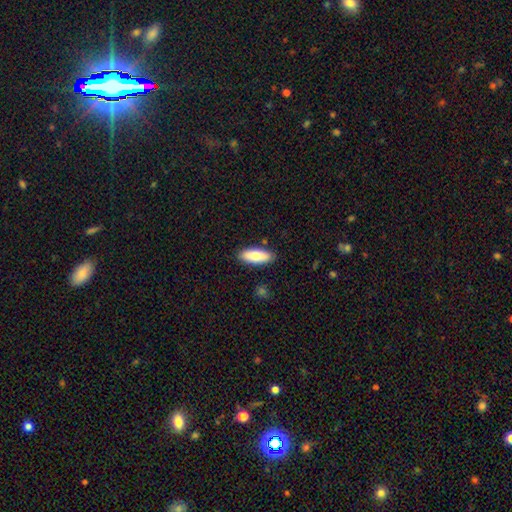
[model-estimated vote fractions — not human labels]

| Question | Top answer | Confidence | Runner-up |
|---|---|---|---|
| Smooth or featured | smooth | 82% | featured or disk (12%) |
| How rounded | in between | 70% | cigar-shaped (28%) |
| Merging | none | 87% | minor disturbance (9%) |